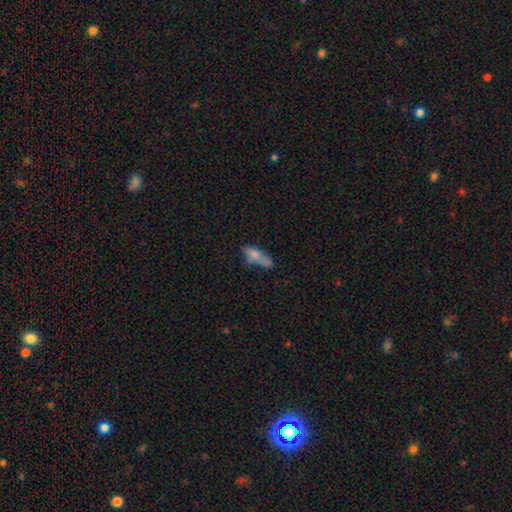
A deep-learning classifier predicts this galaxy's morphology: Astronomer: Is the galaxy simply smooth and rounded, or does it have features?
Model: smooth — 71%.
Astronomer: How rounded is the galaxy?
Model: in between — 64%.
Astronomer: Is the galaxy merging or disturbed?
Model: none — 40% (runner-up: minor disturbance, 28%).